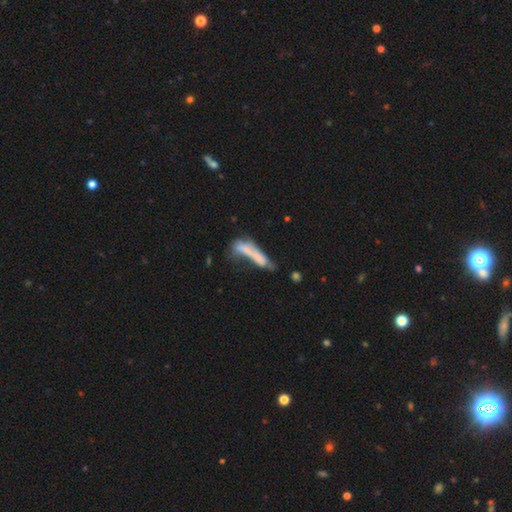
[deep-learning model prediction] Overall: smooth (57%; featured or disk 33%). How rounded: cigar-shaped (82%). Merging: major disturbance (29%; none 28%).